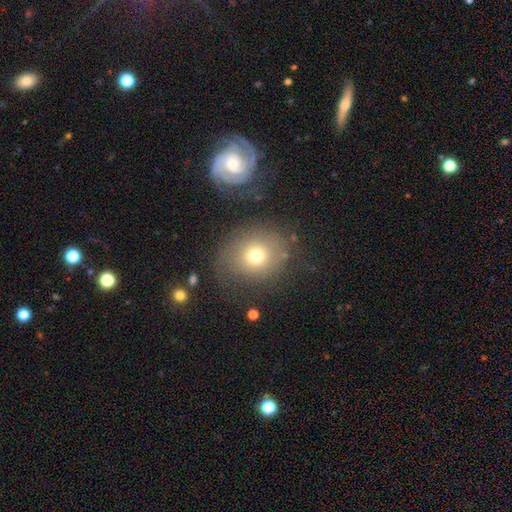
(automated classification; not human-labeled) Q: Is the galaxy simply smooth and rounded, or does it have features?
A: smooth — 70%.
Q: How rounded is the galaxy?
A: round — 79%.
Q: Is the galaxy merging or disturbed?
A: none — 69%.